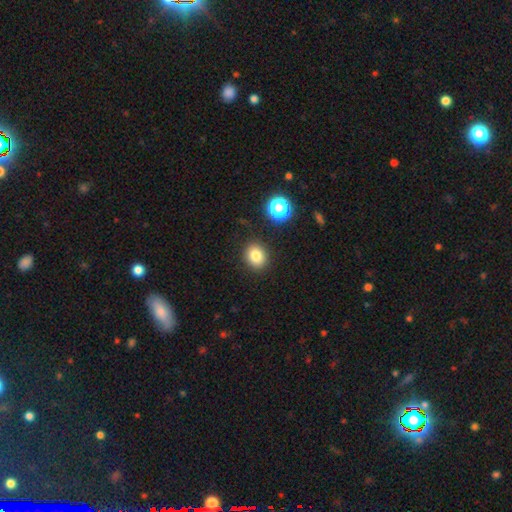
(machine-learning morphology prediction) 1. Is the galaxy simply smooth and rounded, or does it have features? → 81% smooth, 12% star or artifact, 7% featured or disk.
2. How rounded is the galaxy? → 64% round, 35% in between, 1% cigar-shaped.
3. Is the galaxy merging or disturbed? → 88% none, 7% minor disturbance, 2% major disturbance, 2% merger.